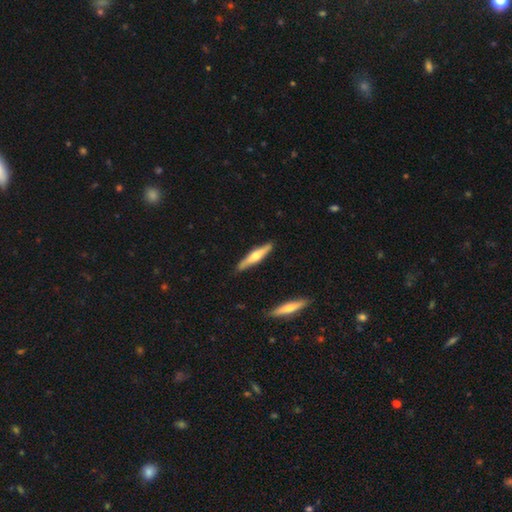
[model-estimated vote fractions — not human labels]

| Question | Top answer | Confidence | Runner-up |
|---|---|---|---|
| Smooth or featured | featured or disk | 51% | smooth (44%) |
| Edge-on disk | yes | 94% | no (6%) |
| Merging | none | 88% | minor disturbance (9%) |